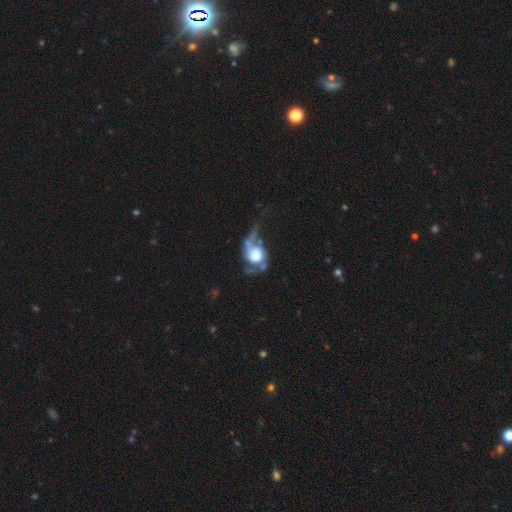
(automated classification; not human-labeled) Q: Smooth or featured?
A: featured or disk (68%); runner-up: smooth (25%)
Q: Edge-on disk?
A: no (96%); runner-up: yes (4%)
Q: Bar?
A: no (74%); runner-up: weak (20%)
Q: Spiral arms?
A: yes (80%); runner-up: no (20%)
Q: Spiral winding?
A: loose (61%); runner-up: medium (29%)
Q: Spiral arm count?
A: 2 (70%); runner-up: 1 (17%)
Q: Bulge size?
A: large (48%); runner-up: moderate (20%)
Q: Merging?
A: major disturbance (43%); runner-up: none (27%)